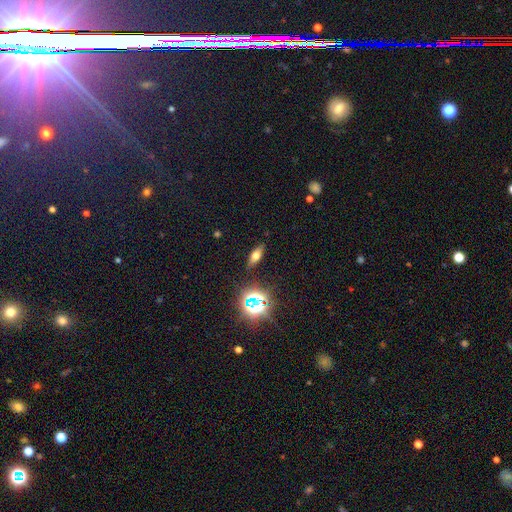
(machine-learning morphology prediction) type=smooth (53%); roundness=in between (63%); merging=none (87%).